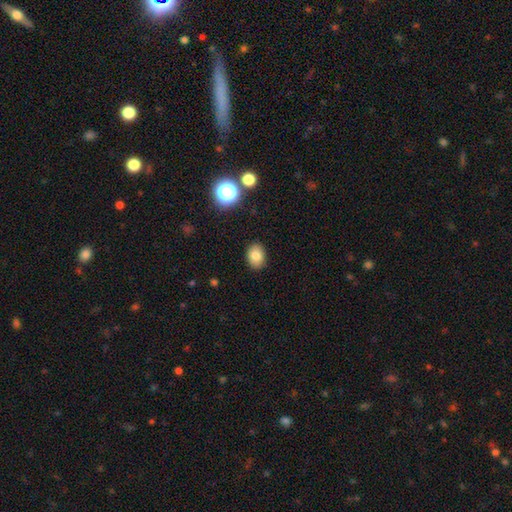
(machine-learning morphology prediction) The model was most divided on "how rounded": in between: 69%, round: 30%, cigar-shaped: 1%. More confident: merging — none (88%); smooth or featured — smooth (81%).